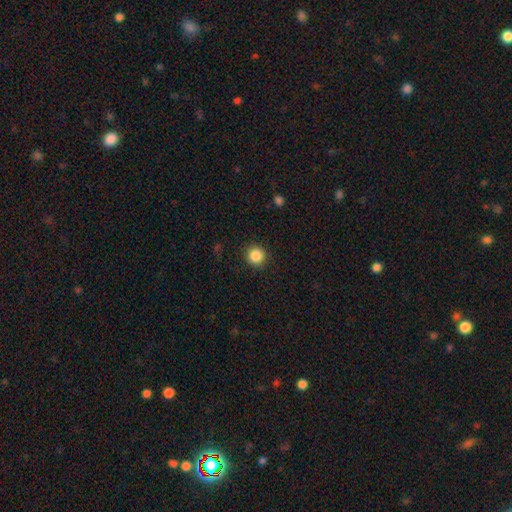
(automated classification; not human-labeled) smooth_or_featured: smooth (p=0.87) [alt: star or artifact p=0.10]
how_rounded: round (p=0.94) [alt: in between p=0.05]
merging: none (p=0.91) [alt: minor disturbance p=0.06]